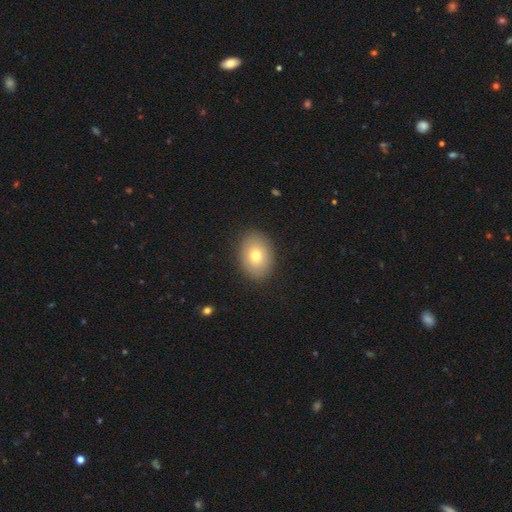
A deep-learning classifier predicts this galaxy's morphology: Smooth or featured: smooth — 74% (featured or disk — 17%)
How rounded: in between — 68% (round — 31%)
Merging: none — 89% (minor disturbance — 7%)